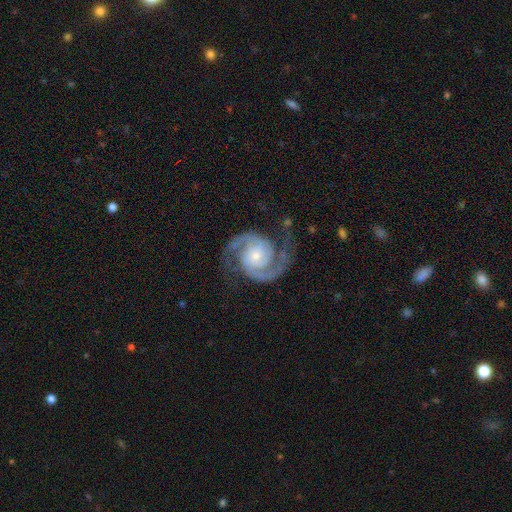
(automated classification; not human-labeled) Morphology: type=featured or disk (94%); edge-on=no (98%); bar=no (67%); spiral arms=yes (99%); winding=medium (53%); arm count=2 (94%); bulge=small (62%); merging=none (80%).